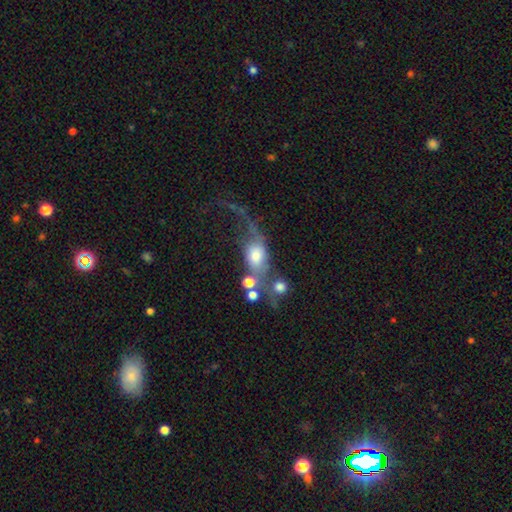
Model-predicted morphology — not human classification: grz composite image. It shows a smooth galaxy with no disk features (50%). Merging: major disturbance (33%).